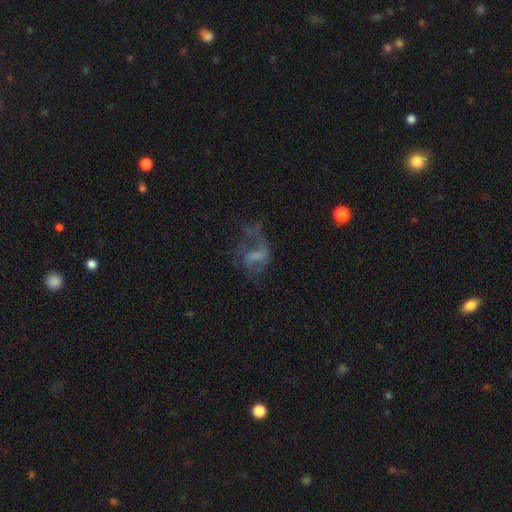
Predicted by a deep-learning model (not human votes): The model was most divided on "bar": weak: 41%, no: 40%, strong: 19%. Remaining: edge-on disk — no (96%); spiral arms — yes (58%); smooth or featured — featured or disk (57%); bulge size — none (54%); merging — major disturbance (45%).